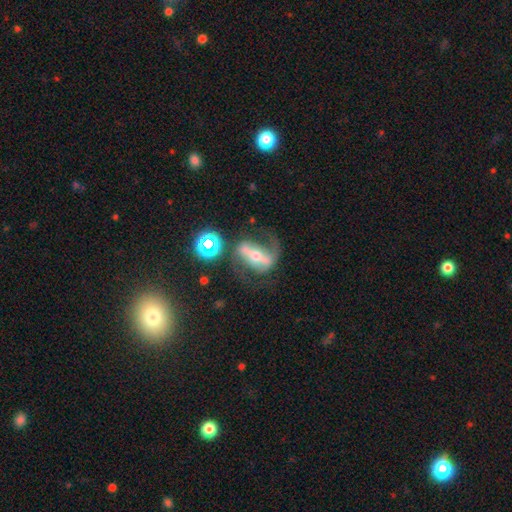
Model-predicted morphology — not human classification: type=featured or disk (78%); edge-on=no (89%); bar=strong (71%); spiral arms=yes (85%); winding=loose (43%); arm count=2 (83%); bulge=moderate (51%); merging=none (59%).